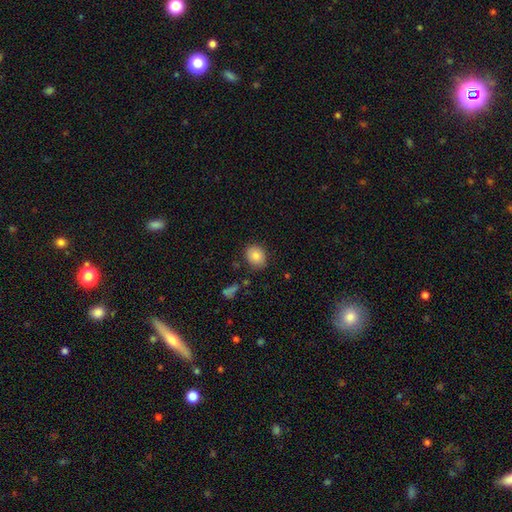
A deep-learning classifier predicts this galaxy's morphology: Smooth or featured?
  - smooth: 84% *
  - star or artifact: 9%
  - featured or disk: 8%
How rounded?
  - round: 54% *
  - in between: 45%
  - cigar-shaped: 1%
Merging?
  - none: 82% *
  - minor disturbance: 12%
  - major disturbance: 3%
  - merger: 2%